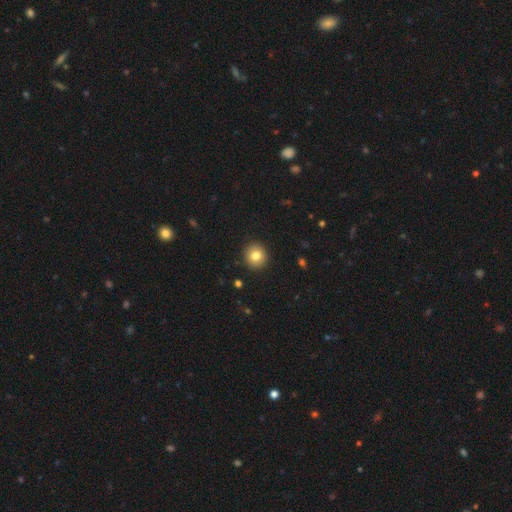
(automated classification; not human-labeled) This is clearly a smooth galaxy (81%). How rounded: clearly round (90%). Merging: clearly none (92%).